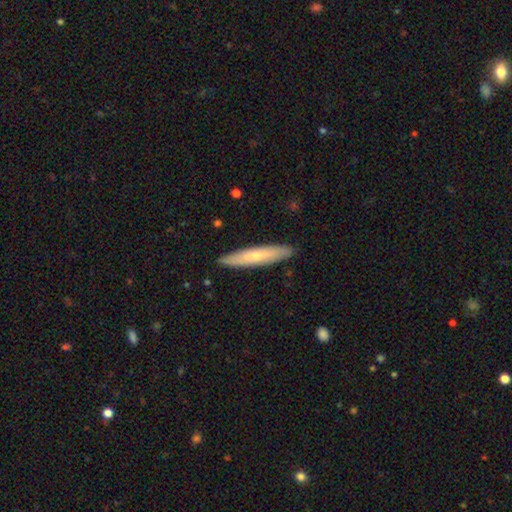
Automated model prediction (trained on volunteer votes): Overall: smooth (57%; featured or disk 37%). How rounded: cigar-shaped (89%). Merging: none (90%).